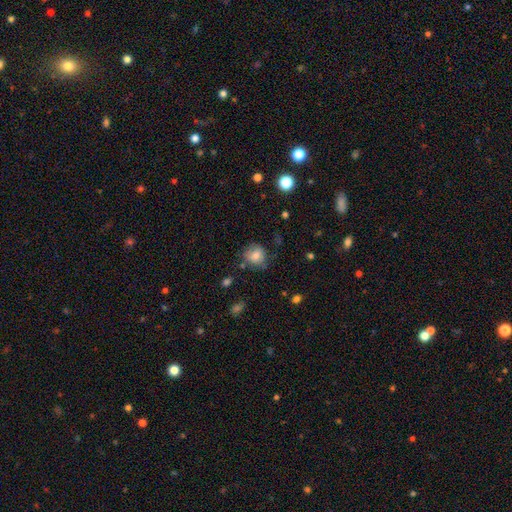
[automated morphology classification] The model was most divided on "merging": none: 69%, minor disturbance: 21%, major disturbance: 6%, merger: 3%. More confident: smooth or featured — smooth (79%); how rounded — round (77%).